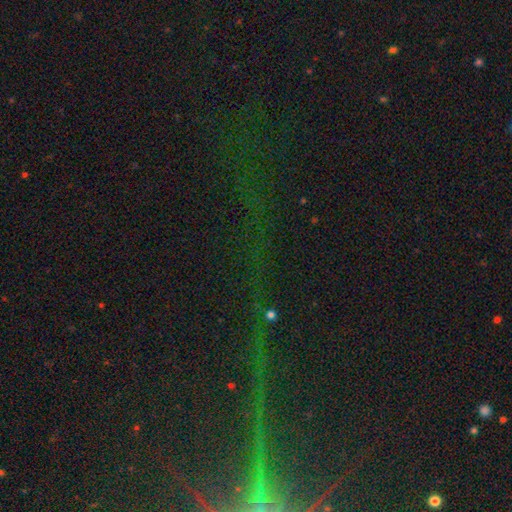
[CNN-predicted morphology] This appears to be a star or artifact, not a galaxy (79%).